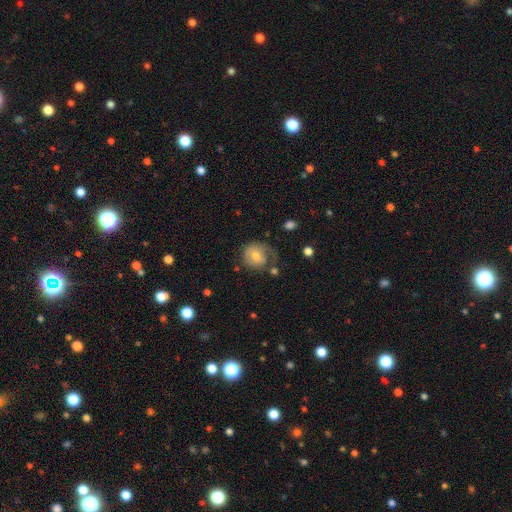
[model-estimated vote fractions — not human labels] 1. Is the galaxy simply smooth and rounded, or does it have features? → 56% smooth, 36% featured or disk, 8% star or artifact.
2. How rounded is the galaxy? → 78% round, 21% in between, 1% cigar-shaped.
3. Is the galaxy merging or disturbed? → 47% none, 25% minor disturbance, 22% major disturbance, 5% merger.